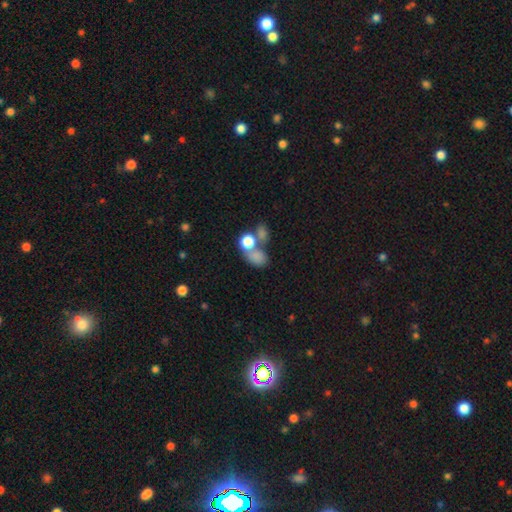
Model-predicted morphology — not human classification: A smooth galaxy with no disk features (74%) that is in between round and cigar-shaped (54%). Merging: merger (45%).